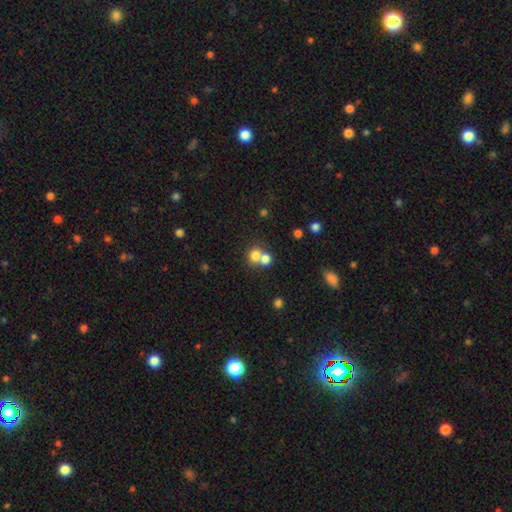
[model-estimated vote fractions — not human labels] Smooth or featured? Predicted: smooth (p=0.75). How rounded? Predicted: round (p=0.76). Merging? Predicted: merger (p=0.56).